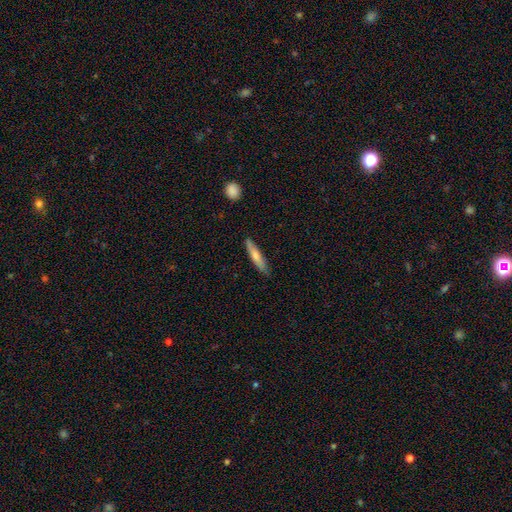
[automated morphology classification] Smooth or featured? smooth (66%)
How rounded? cigar-shaped (87%)
Merging? none (84%)